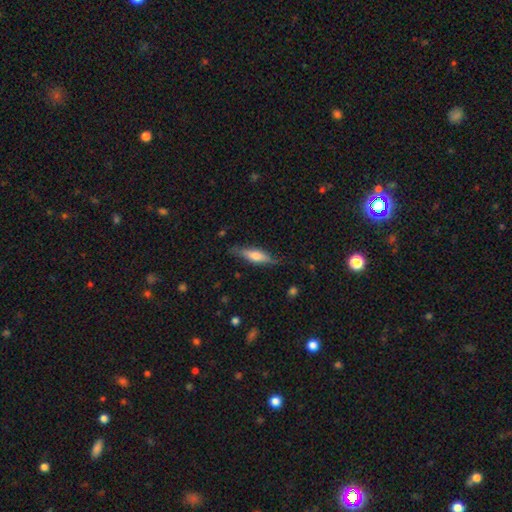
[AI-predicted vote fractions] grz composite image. It shows a smooth galaxy with no disk features (52%) that is cigar-shaped (64%). Merging: none (79%).